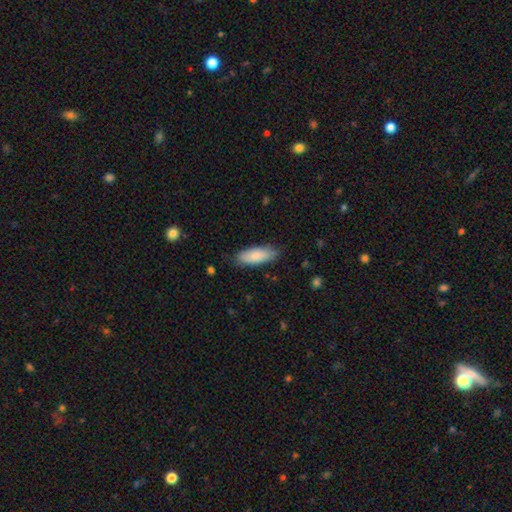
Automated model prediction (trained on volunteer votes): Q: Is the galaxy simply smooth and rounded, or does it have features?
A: smooth — 85%.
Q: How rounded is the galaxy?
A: in between — 70%.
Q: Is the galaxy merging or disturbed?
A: none — 82%.